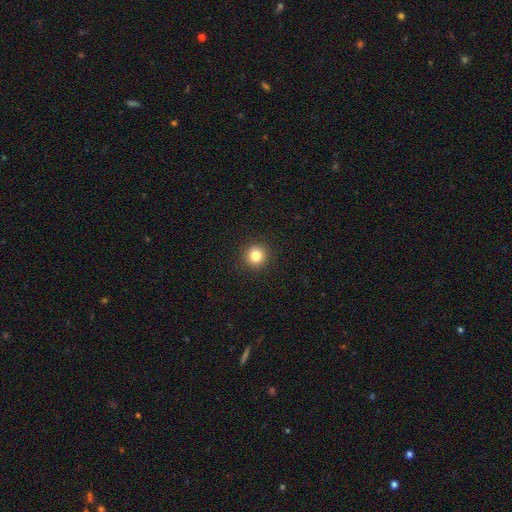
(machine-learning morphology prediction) Overall: smooth (83%). How rounded: round (94%). Merging: none (92%).